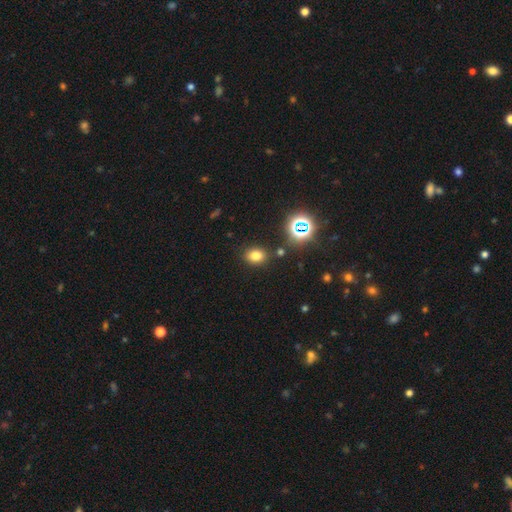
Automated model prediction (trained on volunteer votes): Morphology: type=smooth (74%); roundness=in between (62%); merging=none (82%).